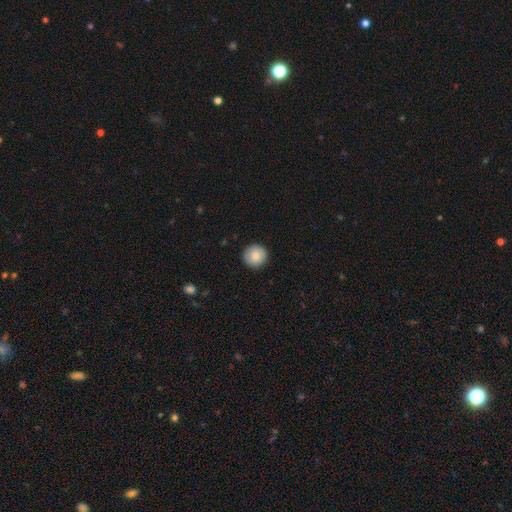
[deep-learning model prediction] This is clearly a smooth galaxy (81%). How rounded: clearly round (94%). Merging: clearly none (91%).